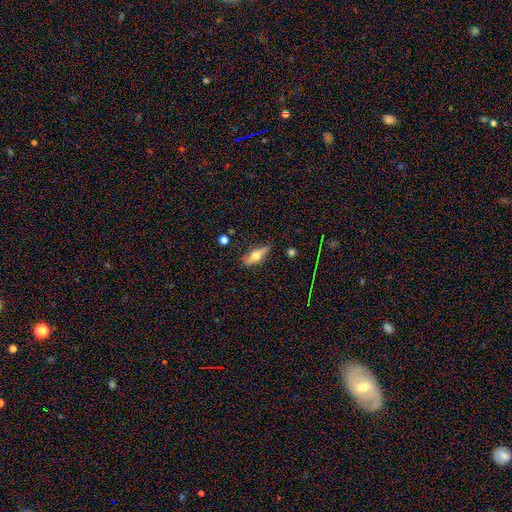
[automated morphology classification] This is possibly a featured or disk galaxy (55%). It is clearly viewed edge-on (92%). Edge-on bulge: clearly rounded (93%). Merging: likely none (74%).